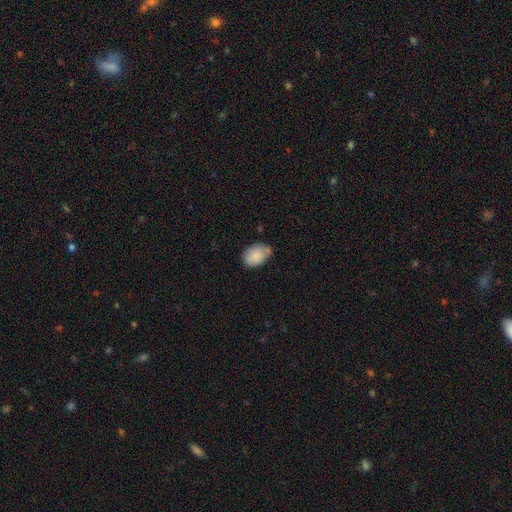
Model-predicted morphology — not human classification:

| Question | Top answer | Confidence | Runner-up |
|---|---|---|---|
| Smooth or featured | smooth | 85% | featured or disk (8%) |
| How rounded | in between | 78% | round (21%) |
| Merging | none | 58% | minor disturbance (28%) |